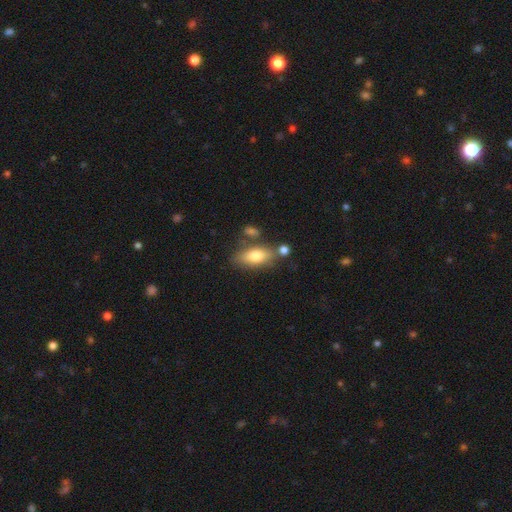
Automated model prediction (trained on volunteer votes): Smooth or featured: smooth — 73% (featured or disk — 20%)
How rounded: in between — 80% (cigar-shaped — 16%)
Merging: none — 68% (minor disturbance — 15%)